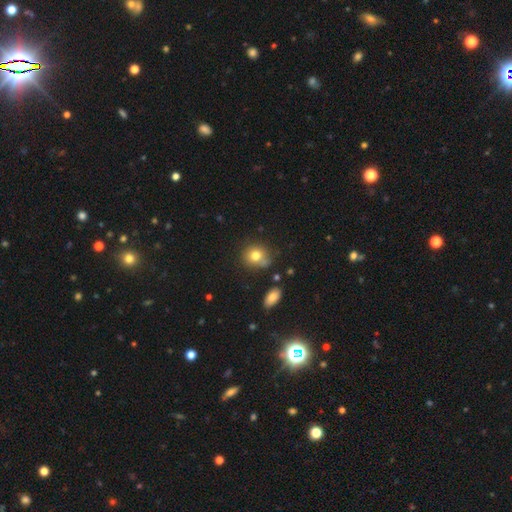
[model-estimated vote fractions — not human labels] Smooth or featured? Predicted: smooth (p=0.78). How rounded? Predicted: round (p=0.76). Merging? Predicted: none (p=0.66).